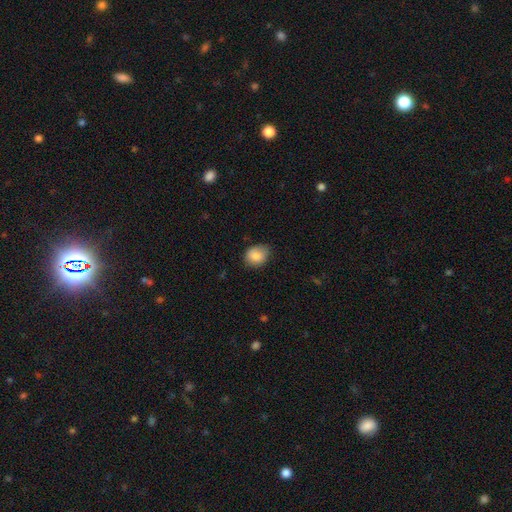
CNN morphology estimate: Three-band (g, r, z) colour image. It shows a smooth galaxy with no disk features (84%) that is in between round and cigar-shaped (53%). Merging: none (67%).